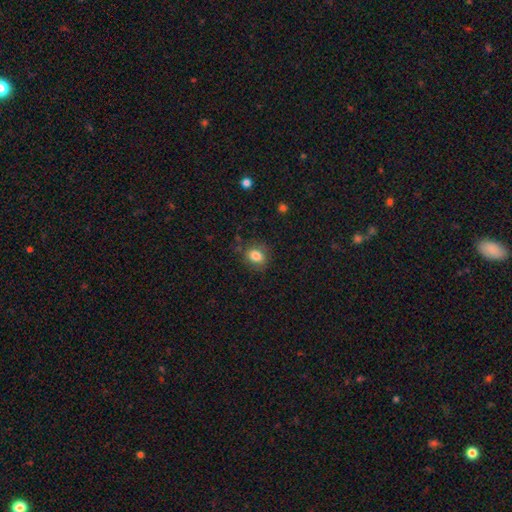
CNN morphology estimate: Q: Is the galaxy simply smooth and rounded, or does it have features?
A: smooth — 82%.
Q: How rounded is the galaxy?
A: in between — 50%.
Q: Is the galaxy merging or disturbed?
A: none — 79%.